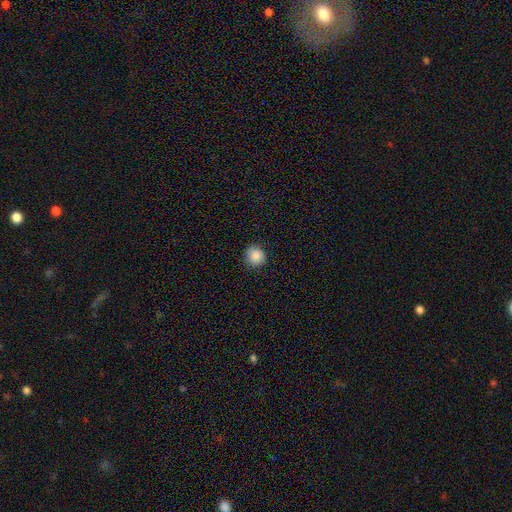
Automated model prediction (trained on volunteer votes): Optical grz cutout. It shows a smooth galaxy with no disk features (87%) that is round (90%). Merging: none (89%).